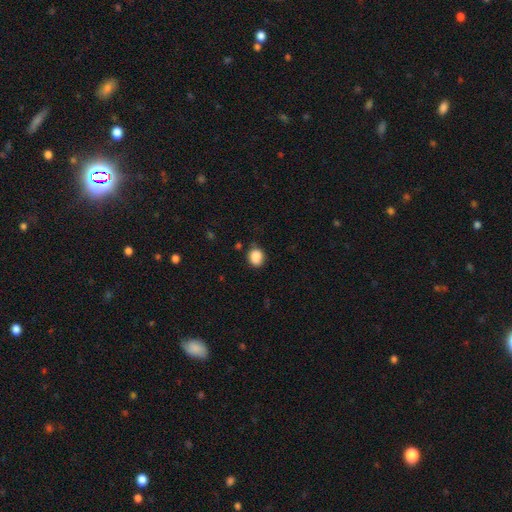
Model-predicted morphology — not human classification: Q: Smooth or featured?
A: smooth (87%); runner-up: star or artifact (9%)
Q: How rounded?
A: round (62%); runner-up: in between (37%)
Q: Merging?
A: none (74%); runner-up: minor disturbance (19%)